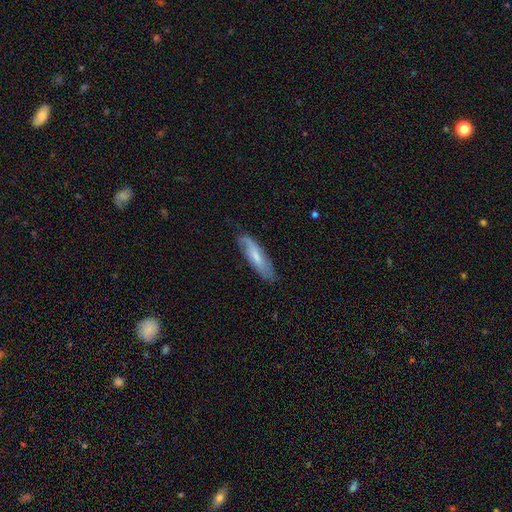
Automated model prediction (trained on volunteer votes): Smooth or featured: smooth — 52% (featured or disk — 42%)
How rounded: cigar-shaped — 63% (in between — 35%)
Merging: none — 75% (minor disturbance — 19%)